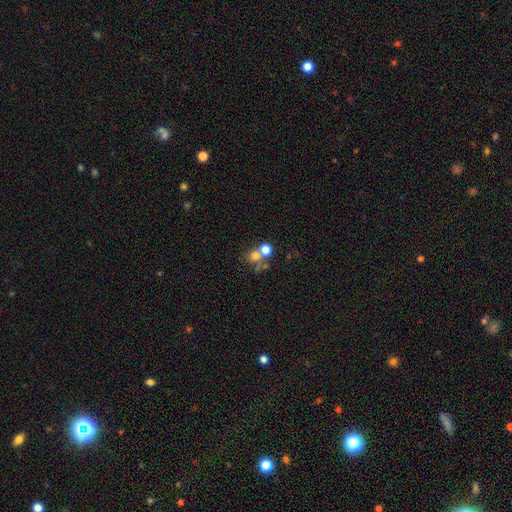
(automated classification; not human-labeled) Smooth or featured? Predicted: smooth (p=0.68). How rounded? Predicted: round (p=0.81). Merging? Predicted: merger (p=0.44).